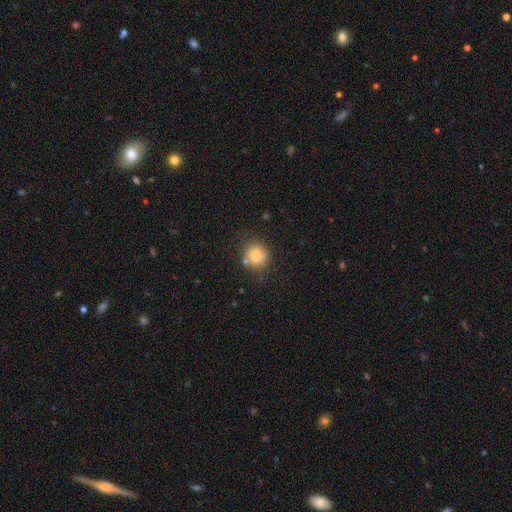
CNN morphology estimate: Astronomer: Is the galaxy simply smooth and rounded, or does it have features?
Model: smooth — 77%.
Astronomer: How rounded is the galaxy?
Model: round — 84%.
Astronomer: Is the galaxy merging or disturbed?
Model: none — 73%.